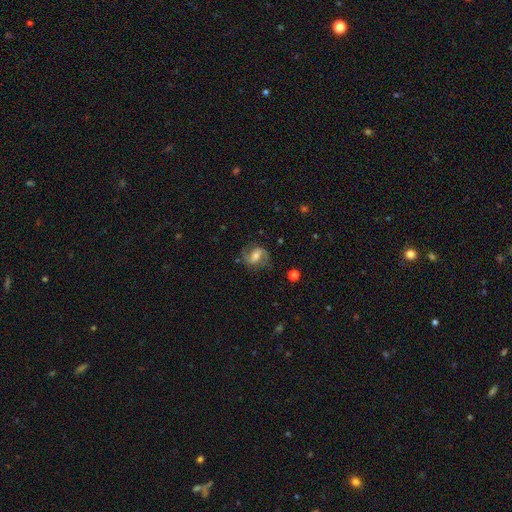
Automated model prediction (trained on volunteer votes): Smooth or featured? Predicted: featured or disk (p=0.77). Edge-on disk? Predicted: no (p=0.97). Bar? Predicted: weak (p=0.43). Spiral arms? Predicted: yes (p=0.93). Spiral winding? Predicted: medium (p=0.50). Spiral arm count? Predicted: 2 (p=0.90). Bulge size? Predicted: moderate (p=0.53). Merging? Predicted: none (p=0.76).